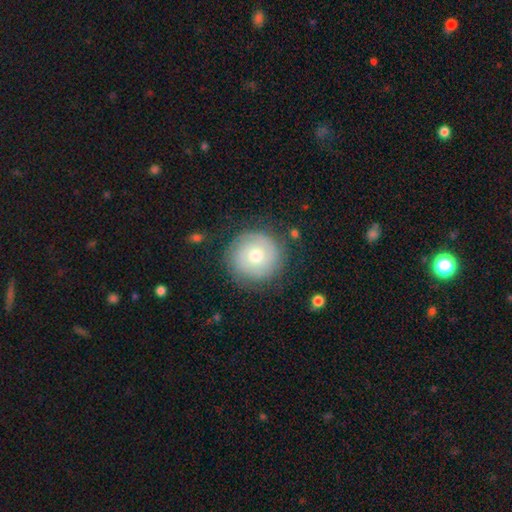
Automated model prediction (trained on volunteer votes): Overall: smooth (52%; featured or disk 39%). How rounded: round (94%). Merging: none (83%).